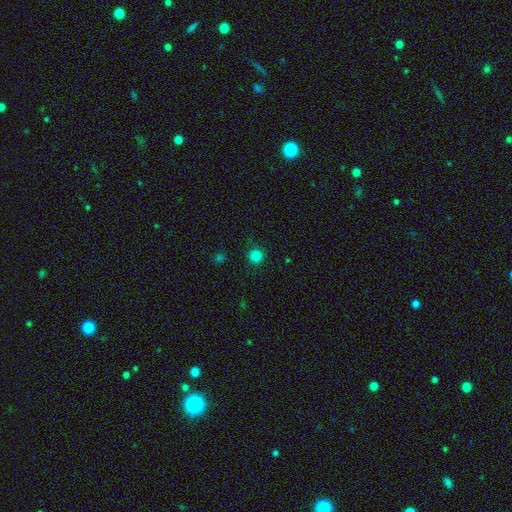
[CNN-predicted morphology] Smooth or featured? Predicted: smooth (p=0.83). How rounded? Predicted: round (p=0.95). Merging? Predicted: none (p=0.90).